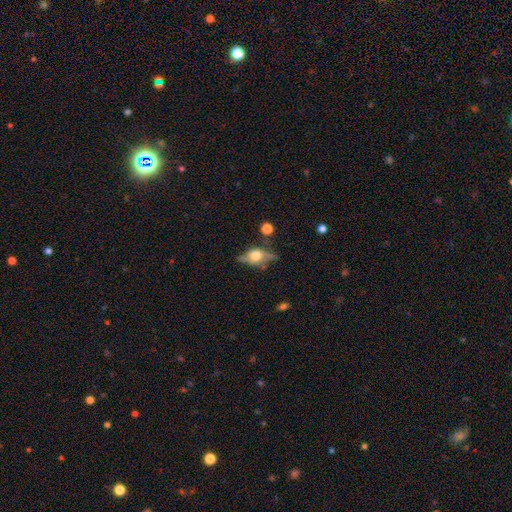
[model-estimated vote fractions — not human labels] Q: Smooth or featured?
A: featured or disk (55%); runner-up: smooth (37%)
Q: Edge-on disk?
A: yes (75%); runner-up: no (25%)
Q: Merging?
A: none (61%); runner-up: minor disturbance (24%)